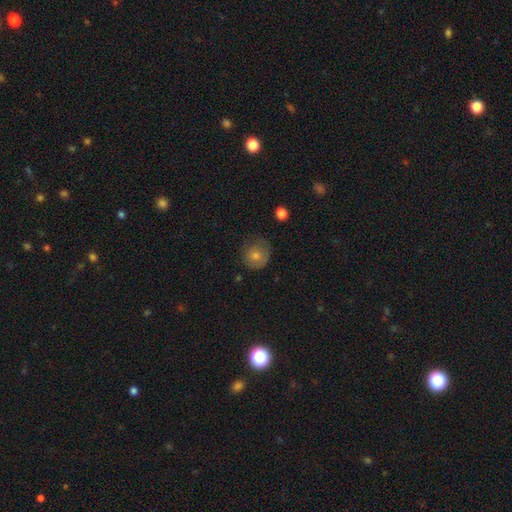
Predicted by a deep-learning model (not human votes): A smooth galaxy with no disk features (65%) that is round (89%).

Vote fractions:
- Smooth or featured? smooth: 65% / featured or disk: 21% / star or artifact: 14%
- How rounded? round: 89% / in between: 10% / cigar-shaped: 1%
- Merging? none: 70% / minor disturbance: 21% / major disturbance: 8% / merger: 1%